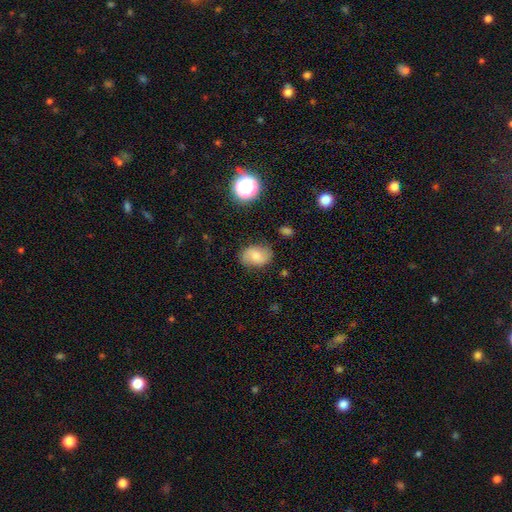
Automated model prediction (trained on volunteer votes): smooth-or-featured: smooth: 66% | featured or disk: 24% | star or artifact: 11%
  how-rounded: in between: 74% | round: 25% | cigar-shaped: 1%
  merging: none: 75% | minor disturbance: 19% | major disturbance: 5% | merger: 2%